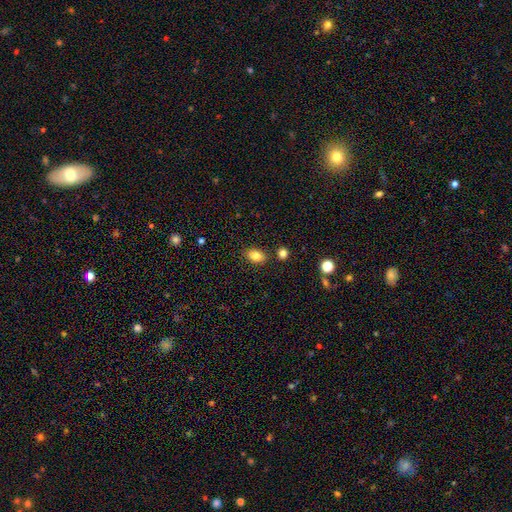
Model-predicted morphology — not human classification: Overall: smooth (83%). How rounded: in between (83%). Merging: none (82%).